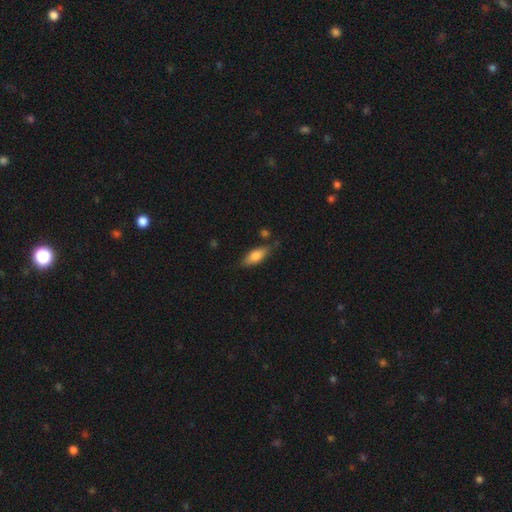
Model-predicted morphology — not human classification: The model was most divided on "how rounded": in between: 73%, cigar-shaped: 25%, round: 3%. More confident: smooth or featured — smooth (76%); merging — none (71%).